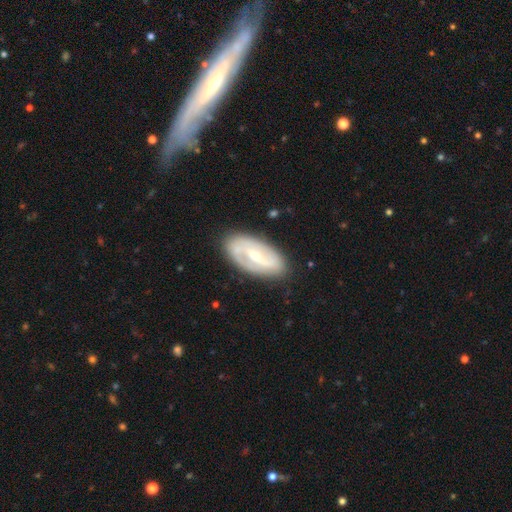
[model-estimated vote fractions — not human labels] This is likely a featured or disk galaxy (74%). It is clearly not viewed edge-on (93%). Bar: marginally strong (43%). Spiral arm pattern: likely yes (73%). Central bulge: possibly moderate (48%). Merging: clearly none (83%).